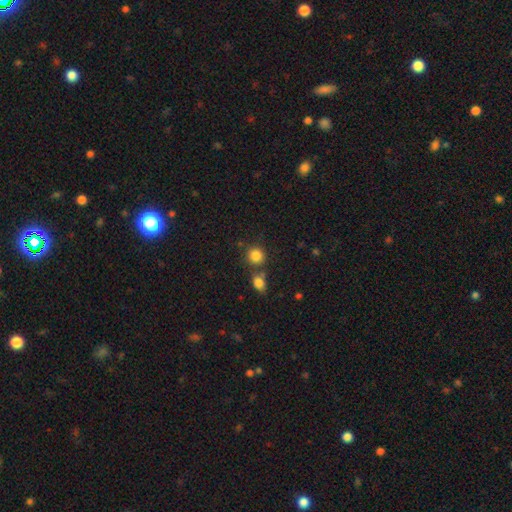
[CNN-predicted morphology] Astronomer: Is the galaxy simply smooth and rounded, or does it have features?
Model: smooth — 84%.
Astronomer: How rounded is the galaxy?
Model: round — 85%.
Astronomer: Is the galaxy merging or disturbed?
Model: none — 69%.